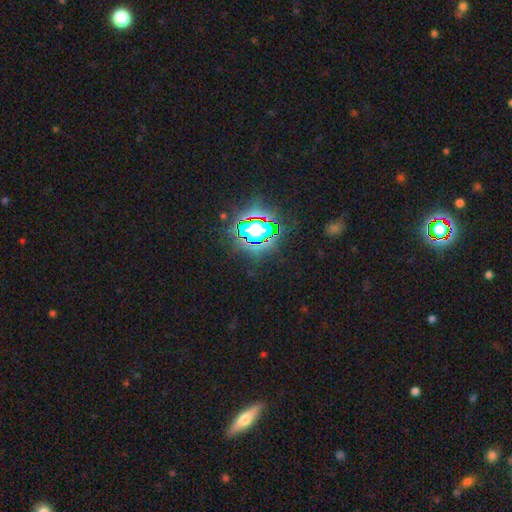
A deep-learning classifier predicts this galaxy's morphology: star or artifact 81%, smooth 11%, featured or disk 8%.